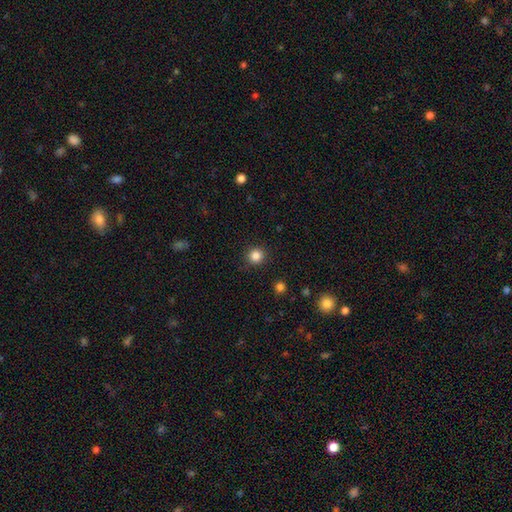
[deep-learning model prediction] smooth-or-featured: smooth: 84% | star or artifact: 12% | featured or disk: 4%
  how-rounded: round: 94% | in between: 5% | cigar-shaped: 1%
  merging: none: 92% | minor disturbance: 5% | major disturbance: 2% | merger: 1%